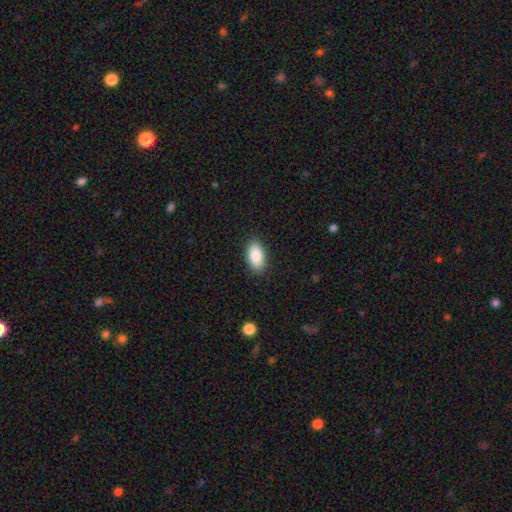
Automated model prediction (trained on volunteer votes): Smooth or featured? smooth (87%)
How rounded? in between (93%)
Merging? none (88%)